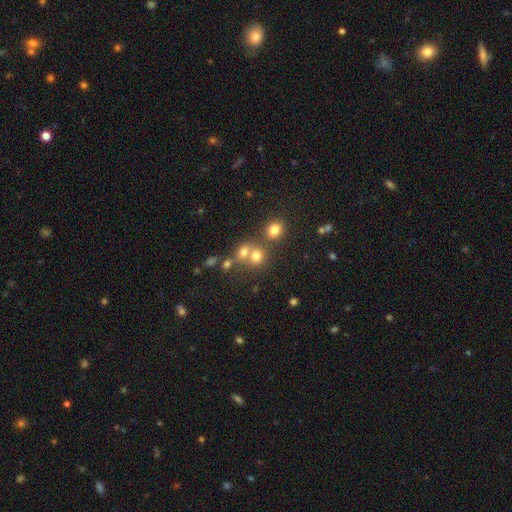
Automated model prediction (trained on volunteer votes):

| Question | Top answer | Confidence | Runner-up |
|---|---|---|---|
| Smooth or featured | smooth | 71% | star or artifact (17%) |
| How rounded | round | 77% | in between (22%) |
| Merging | none | 44% | merger (43%) |